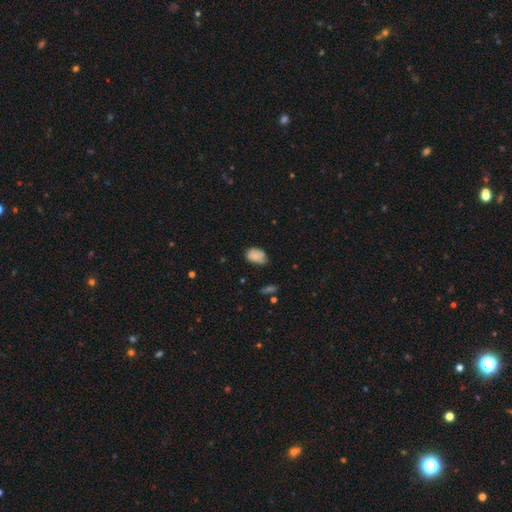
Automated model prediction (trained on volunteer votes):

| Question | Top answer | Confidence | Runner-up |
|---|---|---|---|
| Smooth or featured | smooth | 81% | featured or disk (10%) |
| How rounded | in between | 83% | round (16%) |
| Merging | none | 51% | minor disturbance (37%) |